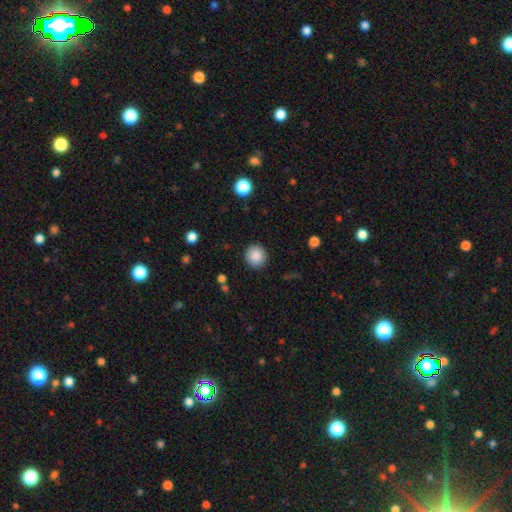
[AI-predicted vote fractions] The model was most divided on "smooth or featured": smooth: 87%, star or artifact: 9%, featured or disk: 4%. More confident: how rounded — round (92%); merging — none (91%).